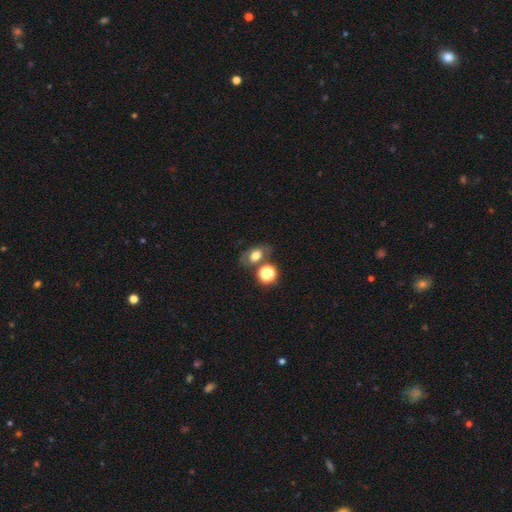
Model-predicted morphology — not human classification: This is likely a smooth galaxy (61%). How rounded: likely in between (73%). Merging: likely none (61%).